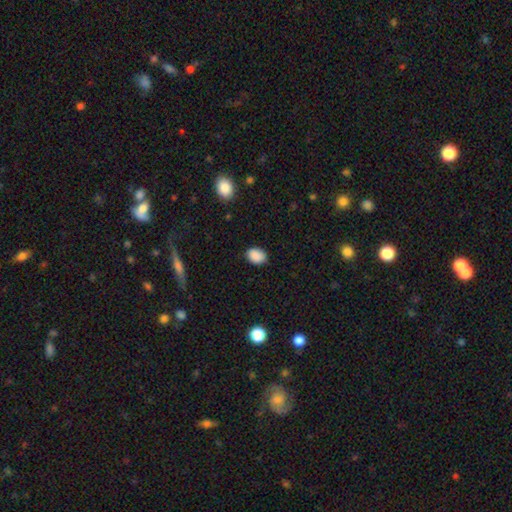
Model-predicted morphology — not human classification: A smooth galaxy with no disk features (89%) that is in between round and cigar-shaped (72%). Merging: none (86%).